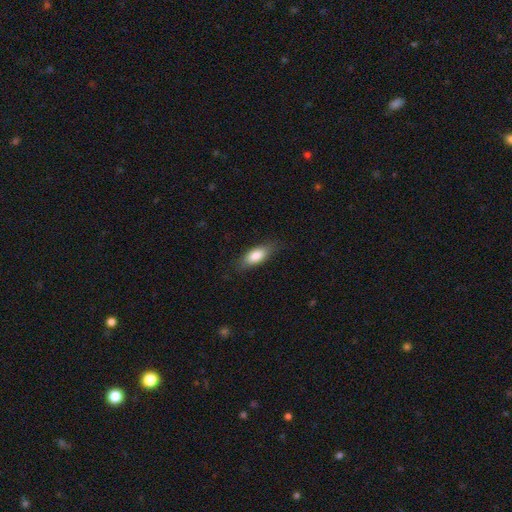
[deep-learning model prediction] Smooth or featured? Predicted: smooth (p=0.82). How rounded? Predicted: in between (p=0.78). Merging? Predicted: none (p=0.79).